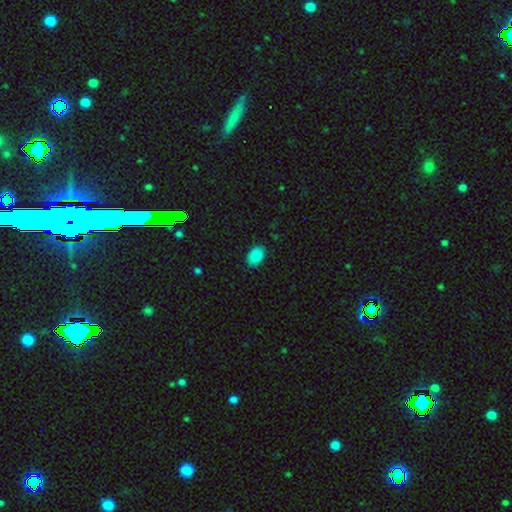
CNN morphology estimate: The model was most divided on "how rounded": in between: 86%, round: 13%, cigar-shaped: 1%. More confident: smooth or featured — smooth (88%); merging — none (87%).